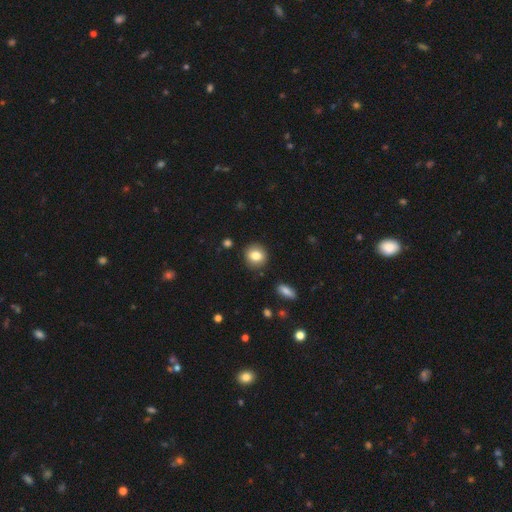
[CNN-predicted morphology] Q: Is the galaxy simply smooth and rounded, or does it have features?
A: smooth — 81%.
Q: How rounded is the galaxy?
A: round — 82%.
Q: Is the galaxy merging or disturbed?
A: none — 88%.